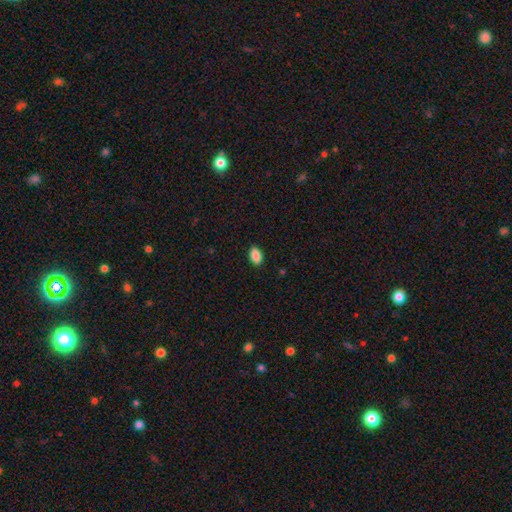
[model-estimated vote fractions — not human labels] A smooth galaxy with no disk features (89%) that is in between round and cigar-shaped (92%). Merging: none (89%).